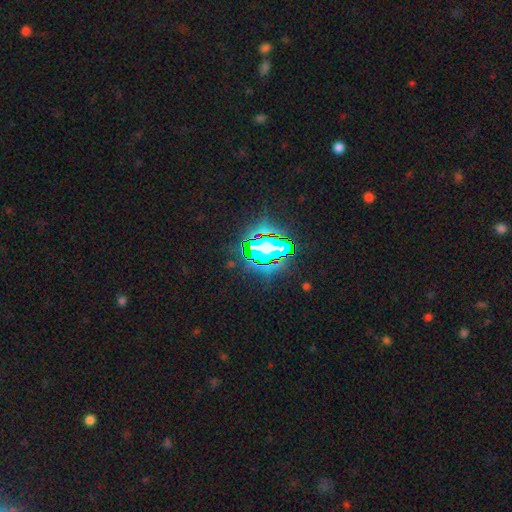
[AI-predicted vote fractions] Overall: star or artifact (76%).